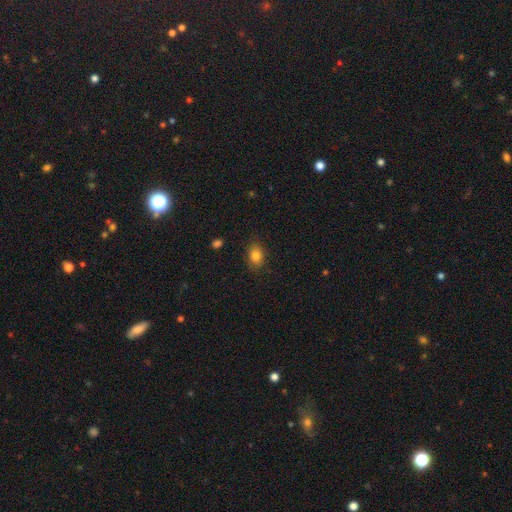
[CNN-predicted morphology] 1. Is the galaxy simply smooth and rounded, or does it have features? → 82% smooth, 11% star or artifact, 7% featured or disk.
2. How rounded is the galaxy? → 73% in between, 25% round, 2% cigar-shaped.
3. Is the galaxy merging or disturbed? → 86% none, 10% minor disturbance, 2% major disturbance, 1% merger.